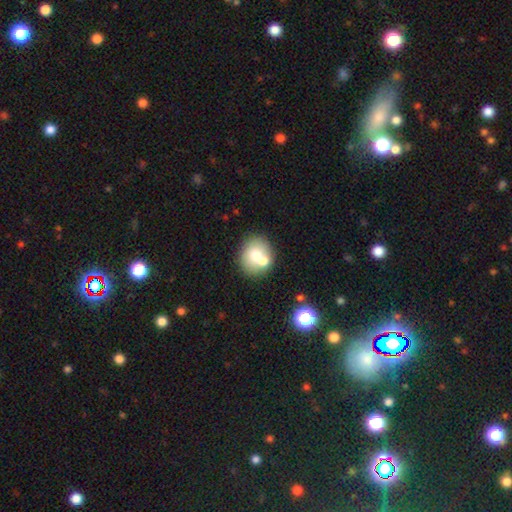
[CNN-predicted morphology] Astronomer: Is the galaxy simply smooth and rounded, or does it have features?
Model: smooth — 67%.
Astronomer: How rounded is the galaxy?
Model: round — 72%.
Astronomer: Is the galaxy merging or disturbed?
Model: none — 56%.